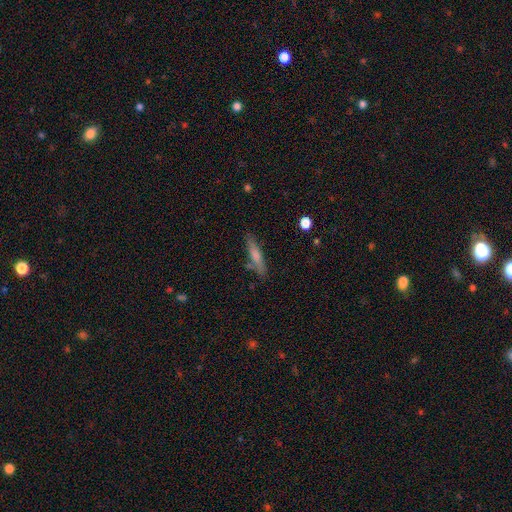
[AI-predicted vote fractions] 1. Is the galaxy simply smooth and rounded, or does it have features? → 68% smooth, 25% featured or disk, 7% star or artifact.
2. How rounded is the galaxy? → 84% cigar-shaped, 14% in between, 2% round.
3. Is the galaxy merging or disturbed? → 76% none, 15% minor disturbance, 6% merger, 3% major disturbance.